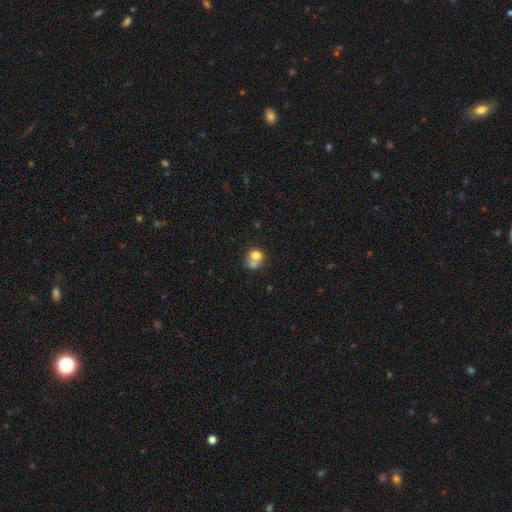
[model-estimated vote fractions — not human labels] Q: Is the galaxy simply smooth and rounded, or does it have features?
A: smooth — 70%.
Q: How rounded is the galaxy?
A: round — 71%.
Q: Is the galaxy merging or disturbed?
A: merger — 57%.